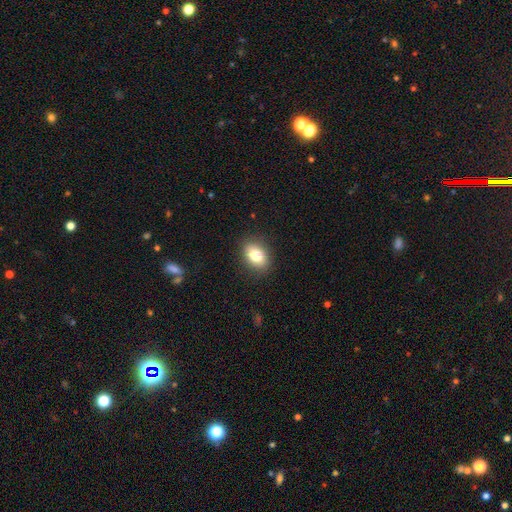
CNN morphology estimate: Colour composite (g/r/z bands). It shows a smooth galaxy with no disk features (81%) that is in between round and cigar-shaped (81%). Merging: none (87%).